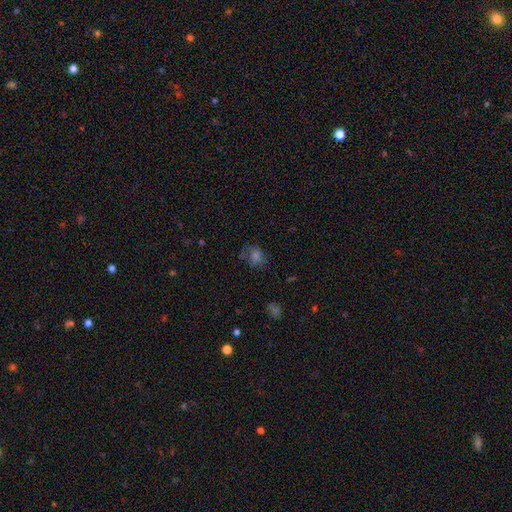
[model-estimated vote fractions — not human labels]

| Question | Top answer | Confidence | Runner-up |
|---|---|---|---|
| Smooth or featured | smooth | 60% | star or artifact (25%) |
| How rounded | round | 57% | in between (42%) |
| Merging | none | 66% | minor disturbance (21%) |